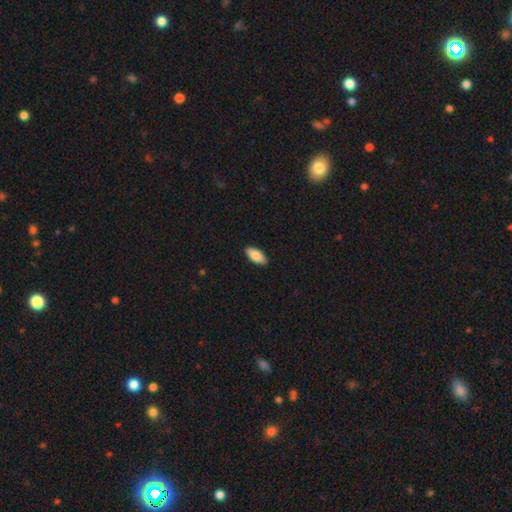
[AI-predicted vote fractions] Smooth or featured: smooth — 84% (featured or disk — 10%)
How rounded: in between — 86% (cigar-shaped — 12%)
Merging: none — 91% (minor disturbance — 7%)